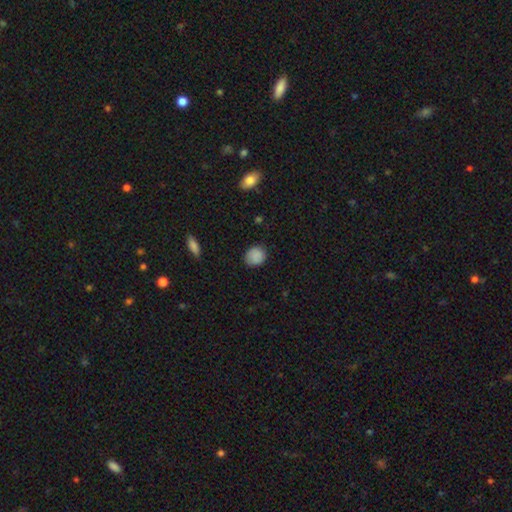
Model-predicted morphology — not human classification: Smooth or featured: smooth — 86% (star or artifact — 9%)
How rounded: round — 77% (in between — 22%)
Merging: none — 82% (minor disturbance — 14%)